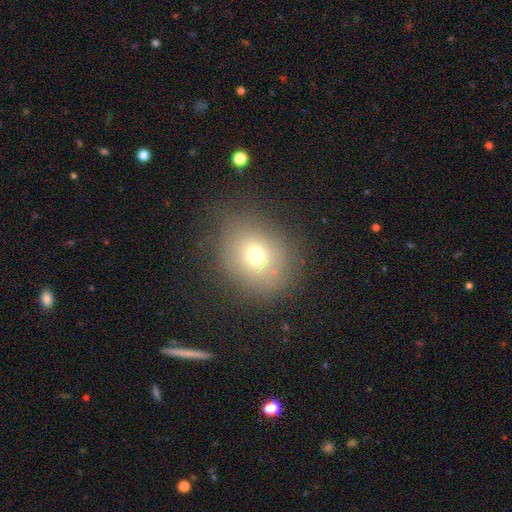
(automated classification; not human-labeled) Smooth or featured? Predicted: smooth (p=0.70). How rounded? Predicted: round (p=0.67). Merging? Predicted: none (p=0.76).